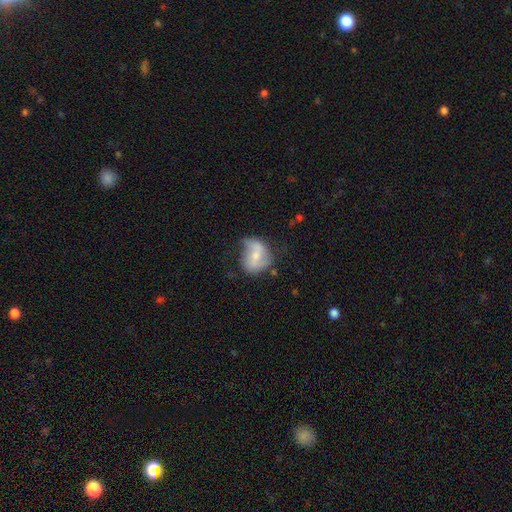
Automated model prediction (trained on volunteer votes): Morphology: type=featured or disk (55%); edge-on=no (96%); bar=weak (43%); spiral arms=yes (75%); bulge=small (45%); merging=none (44%).